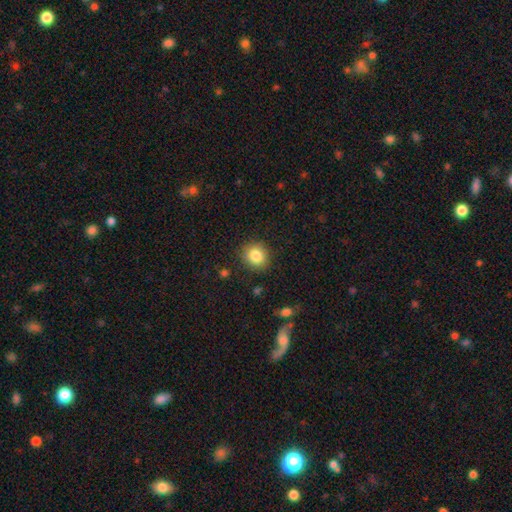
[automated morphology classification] The model was most divided on "how rounded": round: 79%, in between: 20%, cigar-shaped: 1%. More confident: merging — none (88%); smooth or featured — smooth (84%).